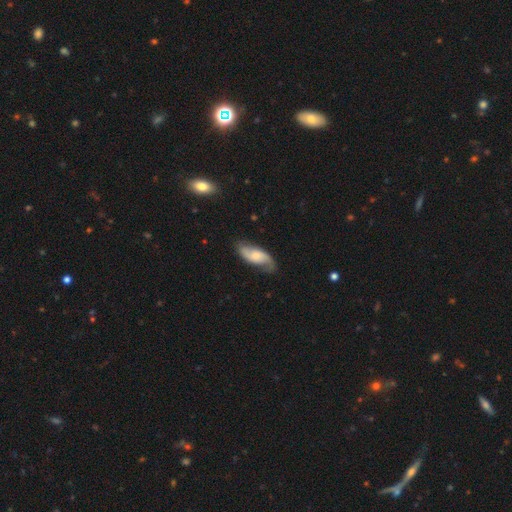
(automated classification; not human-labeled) featured or disk 65%, smooth 29%, star or artifact 6%. Down the decision tree: edge-on disk — no (92%); bar — no (61%); spiral arms — yes (92%); spiral arm count — 2 (88%); spiral winding — loose (53%); bulge size — small (47%); merging — none (73%).